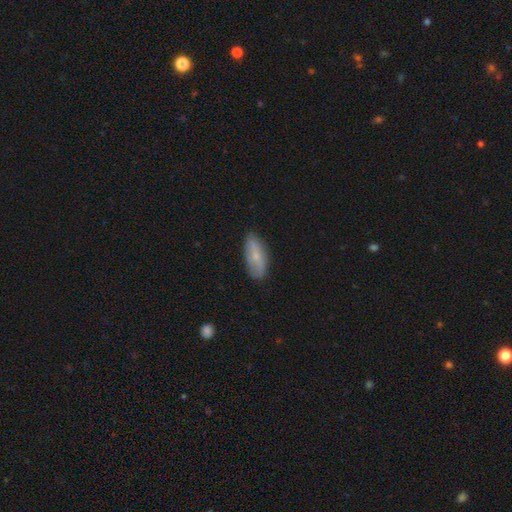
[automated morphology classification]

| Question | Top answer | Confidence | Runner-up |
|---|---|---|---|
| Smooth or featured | smooth | 62% | featured or disk (32%) |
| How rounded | in between | 81% | cigar-shaped (16%) |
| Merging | none | 79% | minor disturbance (16%) |